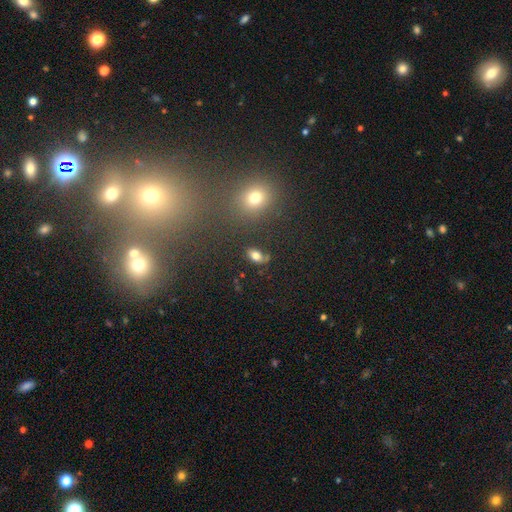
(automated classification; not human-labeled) smooth-or-featured: smooth: 76% | star or artifact: 12% | featured or disk: 12%
  how-rounded: in between: 87% | round: 9% | cigar-shaped: 4%
  merging: none: 75% | minor disturbance: 14% | merger: 6% | major disturbance: 5%